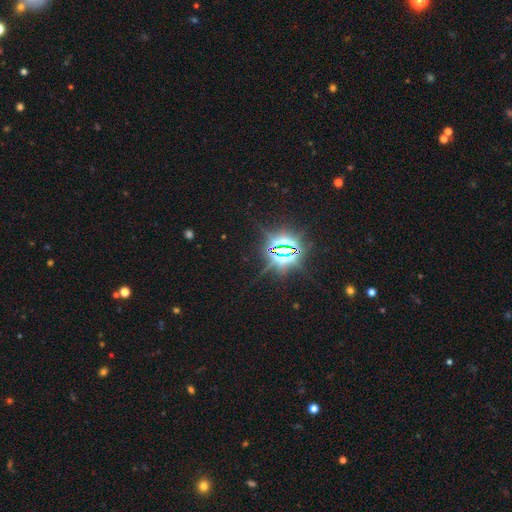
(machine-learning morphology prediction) smooth-or-featured: star or artifact: 85% | smooth: 8% | featured or disk: 6%